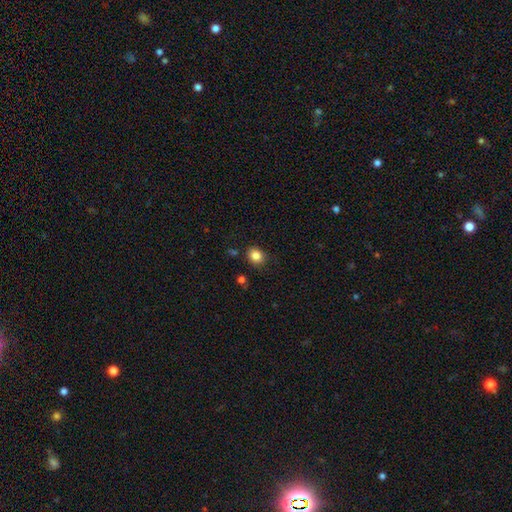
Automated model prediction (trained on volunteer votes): Q: Smooth or featured?
A: smooth (84%); runner-up: star or artifact (11%)
Q: How rounded?
A: round (68%); runner-up: in between (32%)
Q: Merging?
A: none (86%); runner-up: minor disturbance (9%)